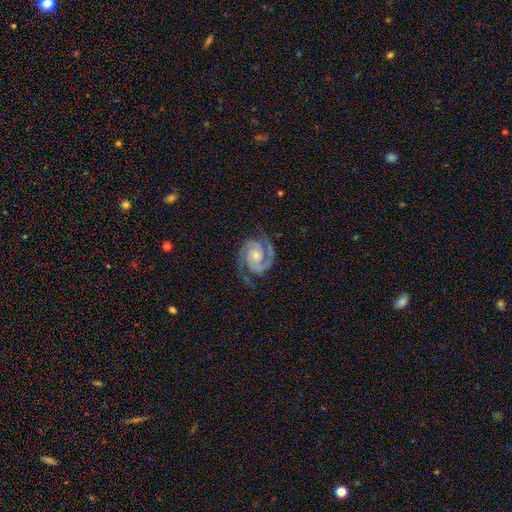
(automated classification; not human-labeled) Smooth or featured: featured or disk — 93% (star or artifact — 4%)
Edge-on disk: no — 98% (yes — 2%)
Bar: no — 68% (weak — 23%)
Spiral arms: yes — 99% (no — 1%)
Spiral winding: tight — 53% (medium — 42%)
Spiral arm count: 2 — 90% (3 — 5%)
Bulge size: small — 57% (moderate — 35%)
Merging: none — 77% (minor disturbance — 16%)